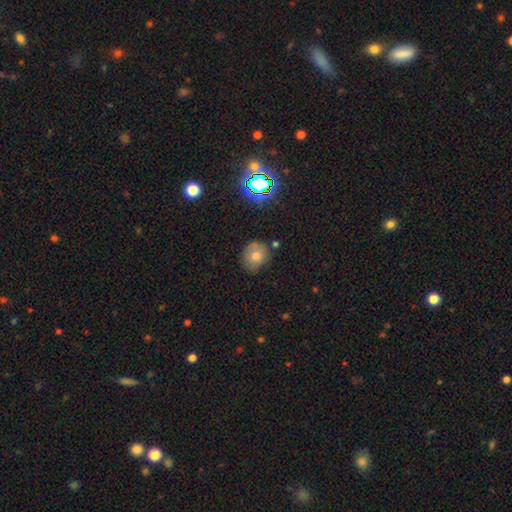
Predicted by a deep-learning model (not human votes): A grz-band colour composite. It shows a smooth galaxy with no disk features (66%) that is round (71%). Merging: none (70%).